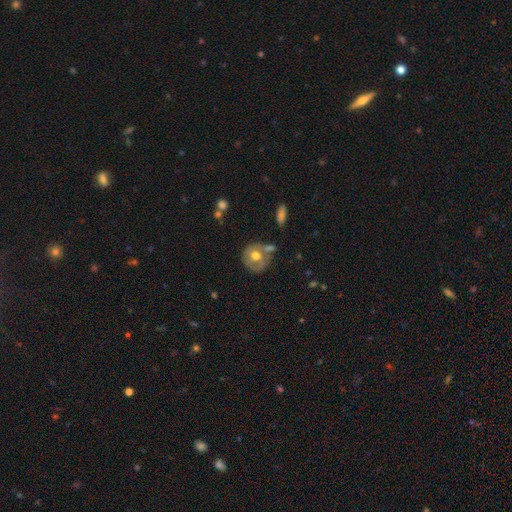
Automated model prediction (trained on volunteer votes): Overall: smooth (47%; featured or disk 46%). Merging: none (58%; minor disturbance 20%).